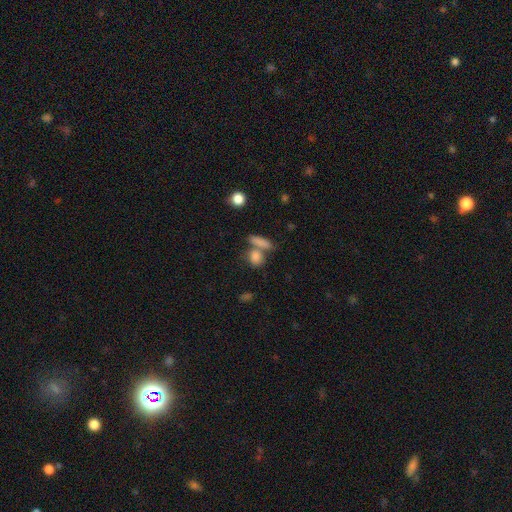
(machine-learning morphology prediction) This appears to be a smooth galaxy with no disk features (77%) that is round (42%). Merging: none (53%).